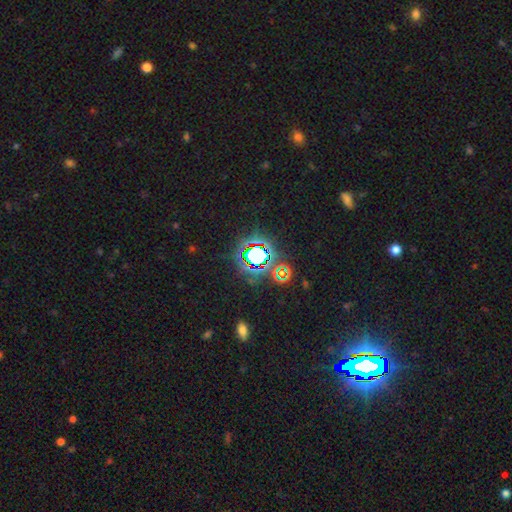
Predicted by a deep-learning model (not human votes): Overall: star or artifact (73%).